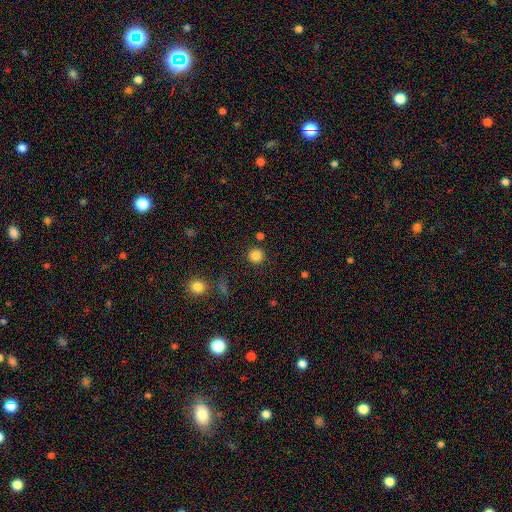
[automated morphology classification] The model was most divided on "smooth or featured": smooth: 84%, star or artifact: 12%, featured or disk: 4%. More confident: how rounded — round (95%); merging — none (88%).